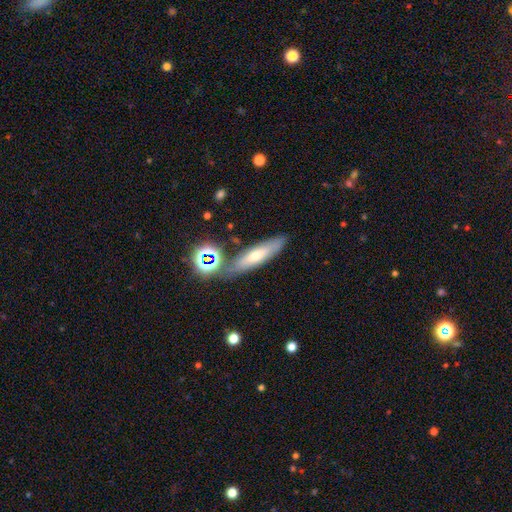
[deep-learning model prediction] Smooth or featured?
  - smooth: 52% *
  - featured or disk: 35%
  - star or artifact: 13%
How rounded?
  - cigar-shaped: 69% *
  - in between: 27%
  - round: 4%
Merging?
  - none: 75% *
  - minor disturbance: 13%
  - merger: 8%
  - major disturbance: 4%